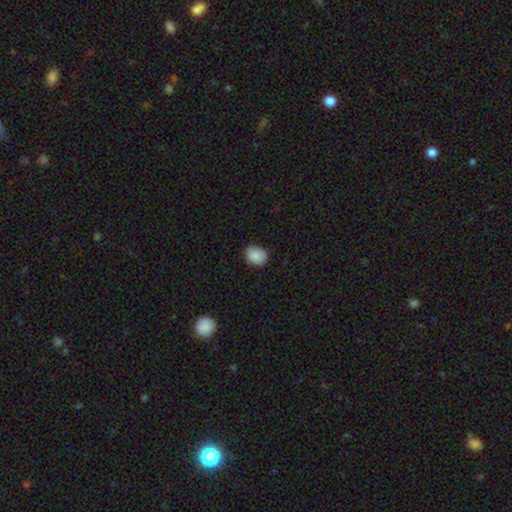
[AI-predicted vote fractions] A smooth galaxy with no disk features (88%) that is in between round and cigar-shaped (53%).

Vote fractions:
- Smooth or featured? smooth: 88% / star or artifact: 8% / featured or disk: 4%
- How rounded? in between: 53% / round: 46% / cigar-shaped: 1%
- Merging? none: 83% / minor disturbance: 13% / major disturbance: 2% / merger: 1%